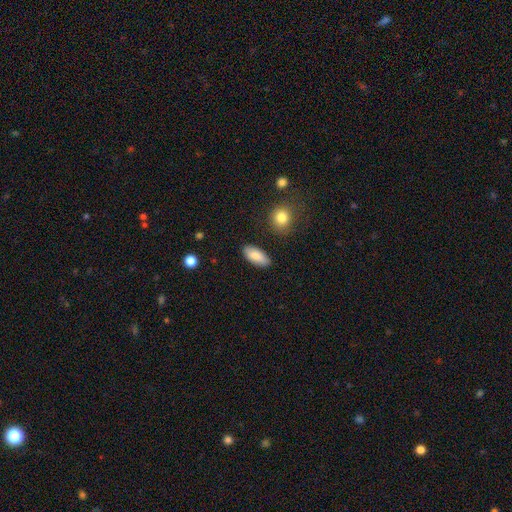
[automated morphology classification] A smooth galaxy with no disk features (85%) that is in between round and cigar-shaped (88%). Merging: none (86%).